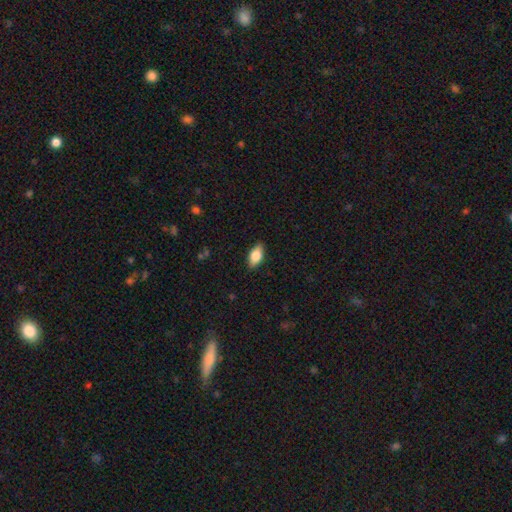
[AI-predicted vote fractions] A smooth galaxy with no disk features (76%) that is in between round and cigar-shaped (88%).

Vote fractions:
- Smooth or featured? smooth: 76% / featured or disk: 17% / star or artifact: 7%
- How rounded? in between: 88% / cigar-shaped: 8% / round: 4%
- Merging? none: 86% / minor disturbance: 11% / major disturbance: 2% / merger: 1%